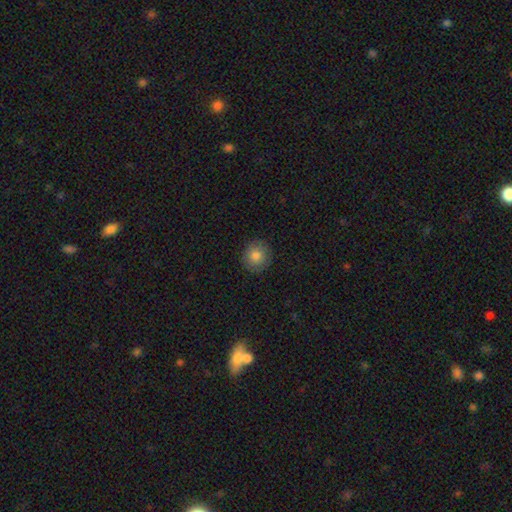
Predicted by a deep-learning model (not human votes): Morphology: type=smooth (80%); roundness=round (90%); merging=none (88%).